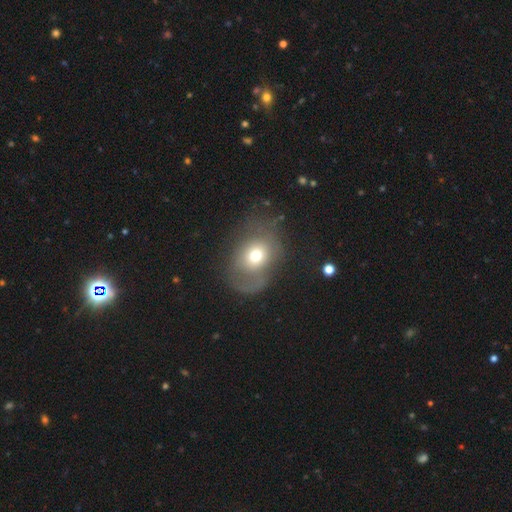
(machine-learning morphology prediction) This appears to be a smooth galaxy with no disk features (62%) that is in between round and cigar-shaped (55%). Merging: none (43%).